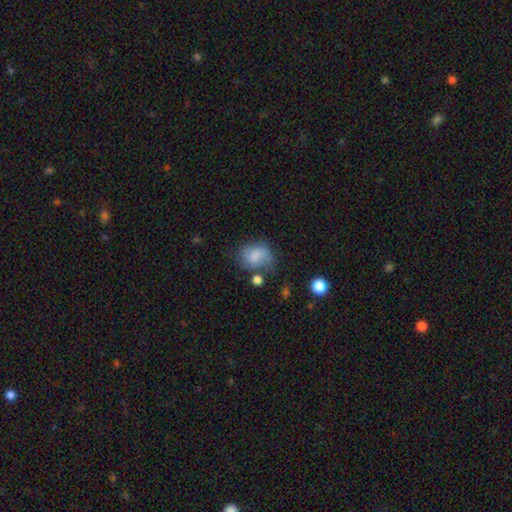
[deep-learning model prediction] Smooth or featured? smooth (72%)
How rounded? round (51%)
Merging? none (47%)